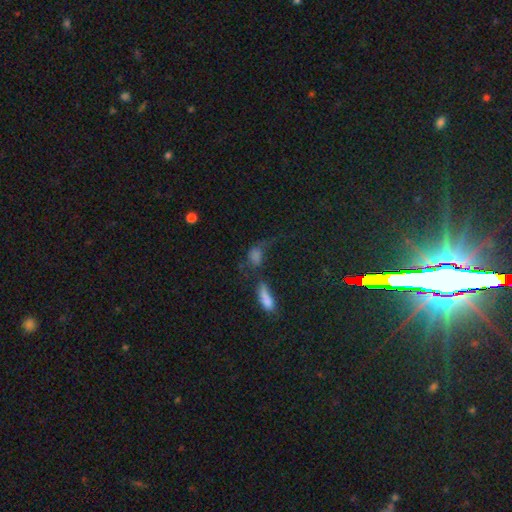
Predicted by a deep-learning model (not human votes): This appears to be a smooth galaxy with no disk features (59%) that is in between round and cigar-shaped (62%). Merging: none (31%).